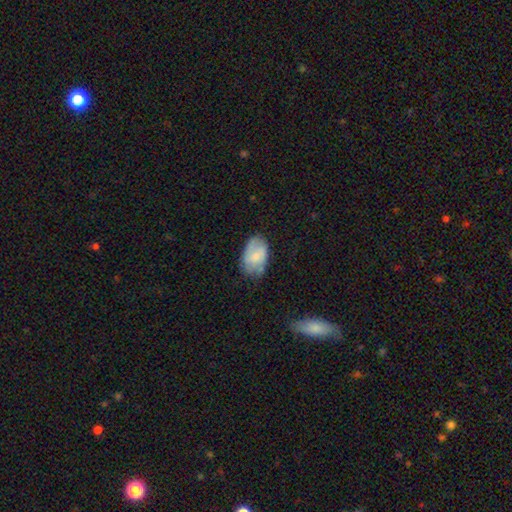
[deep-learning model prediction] smooth 68%, featured or disk 25%, star or artifact 7%. Down the decision tree: how rounded — in between (89%); merging — none (55%).